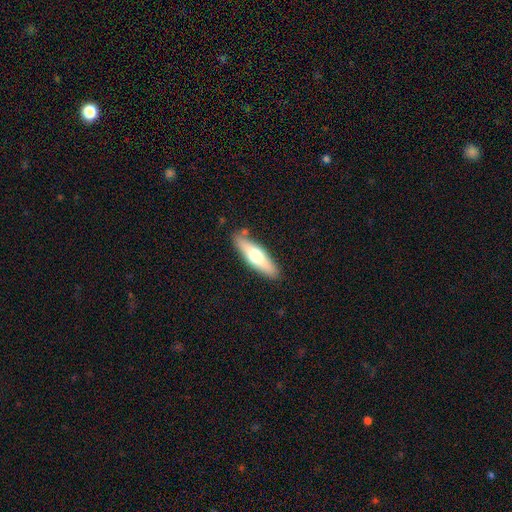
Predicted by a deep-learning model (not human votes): Smooth or featured? Predicted: smooth (p=0.56). How rounded? Predicted: cigar-shaped (p=0.62). Merging? Predicted: none (p=0.83).